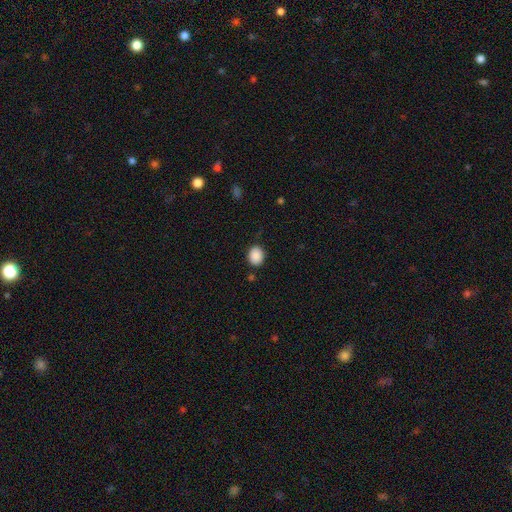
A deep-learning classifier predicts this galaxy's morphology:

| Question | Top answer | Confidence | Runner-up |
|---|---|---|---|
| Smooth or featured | smooth | 89% | star or artifact (8%) |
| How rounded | round | 51% | in between (48%) |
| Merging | none | 85% | minor disturbance (11%) |